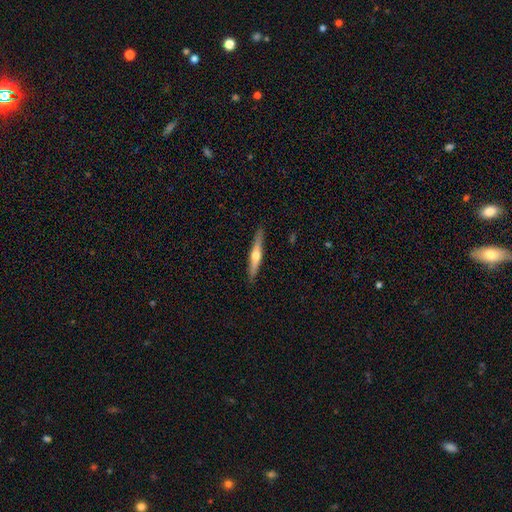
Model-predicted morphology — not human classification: A featured or disk galaxy (58%) viewed edge-on (96%) with a rounded central bulge (90%).

Vote fractions:
- Smooth or featured? featured or disk: 58% / smooth: 36% / star or artifact: 5%
- Edge-on disk? yes: 96% / no: 4%
- Edge-on bulge? rounded: 90% / none: 6% / boxy: 3%
- Merging? none: 90% / minor disturbance: 8% / major disturbance: 2% / merger: 1%